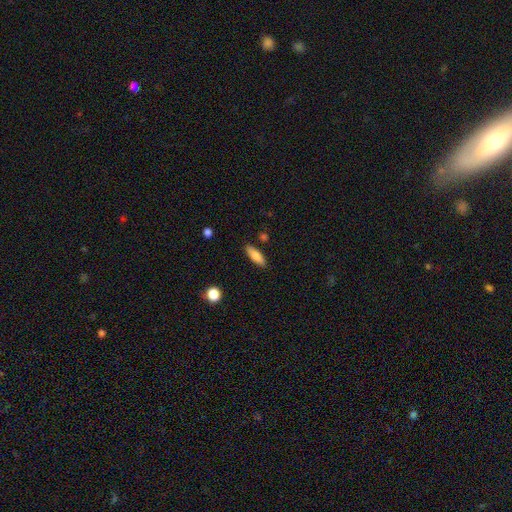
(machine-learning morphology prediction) This appears to be a smooth galaxy with no disk features (79%) that is in between round and cigar-shaped (50%). Merging: none (86%).